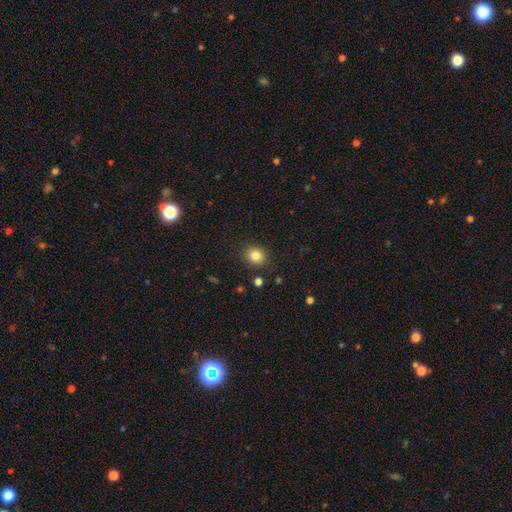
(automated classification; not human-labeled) A smooth galaxy with no disk features (83%) that is round (80%). Merging: none (88%).